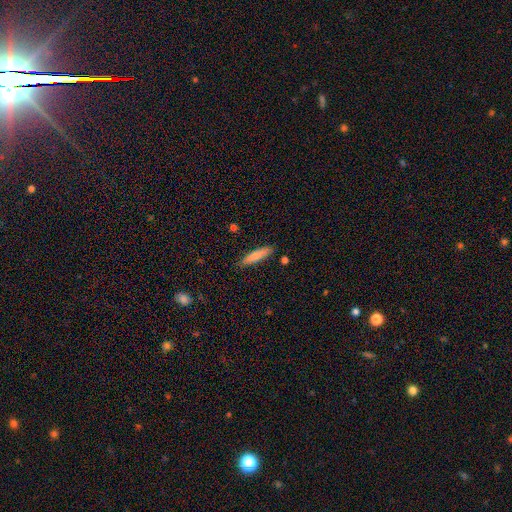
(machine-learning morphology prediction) A smooth galaxy with no disk features (79%) that is cigar-shaped (82%). Merging: none (85%).